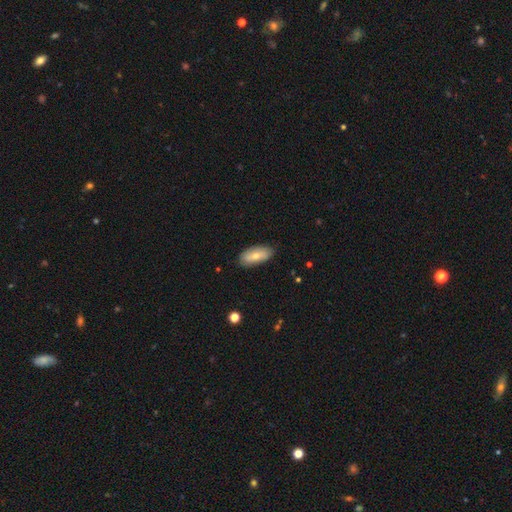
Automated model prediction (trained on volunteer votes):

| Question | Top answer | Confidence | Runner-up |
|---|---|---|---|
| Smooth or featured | smooth | 66% | featured or disk (27%) |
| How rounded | in between | 85% | cigar-shaped (12%) |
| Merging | none | 81% | minor disturbance (15%) |